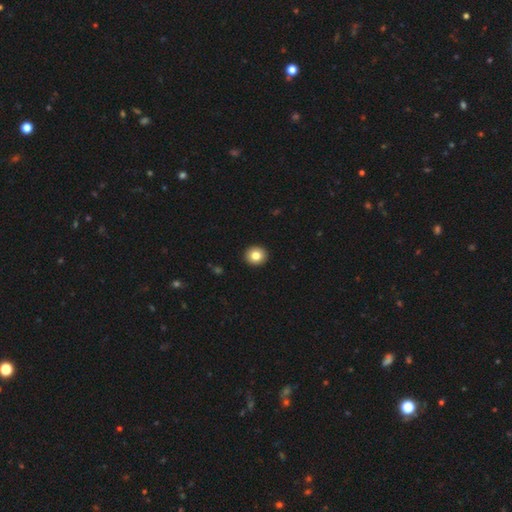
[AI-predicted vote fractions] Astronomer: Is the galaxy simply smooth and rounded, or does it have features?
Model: smooth — 82%.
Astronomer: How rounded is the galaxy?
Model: round — 85%.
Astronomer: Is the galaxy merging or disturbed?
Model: none — 93%.